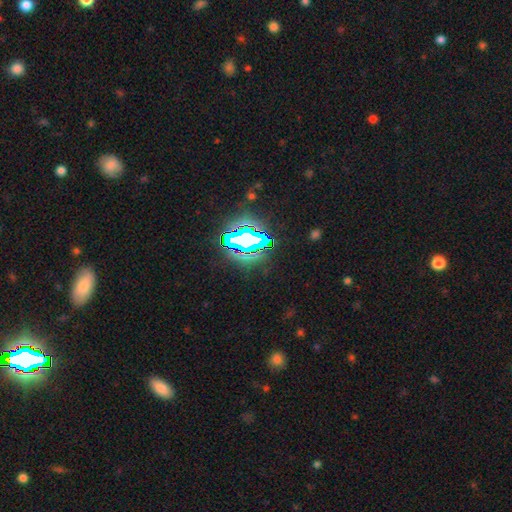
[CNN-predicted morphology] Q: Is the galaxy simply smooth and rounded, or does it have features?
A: star or artifact — 80%.